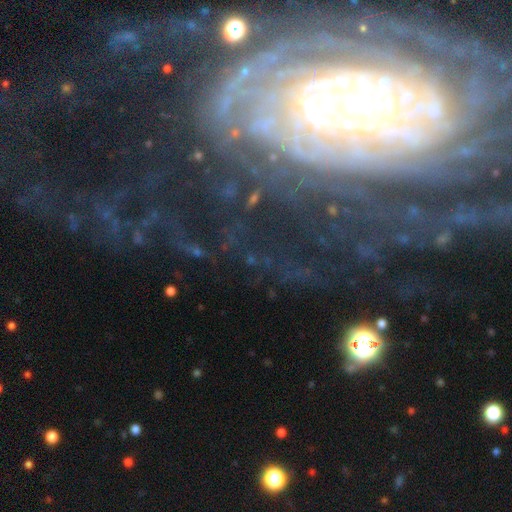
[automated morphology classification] featured or disk 77%, star or artifact 13%, smooth 9%. Down the decision tree: edge-on disk — no (91%); bar — no (55%); spiral arms — yes (90%); spiral arm count — can't tell (33%); spiral winding — tight (62%); bulge size — small (53%); merging — none (64%).